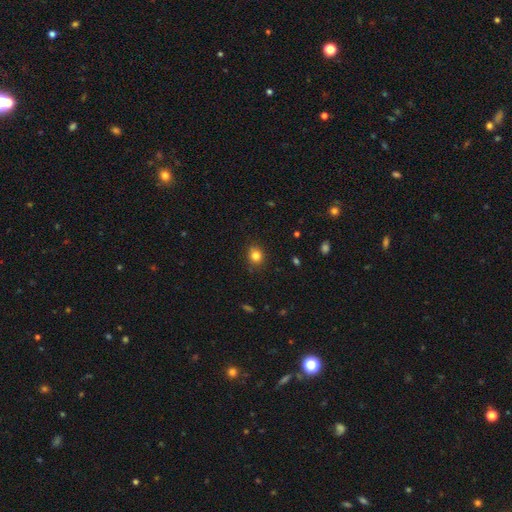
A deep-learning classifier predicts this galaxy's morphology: Smooth or featured: smooth — 82% (star or artifact — 12%)
How rounded: round — 72% (in between — 27%)
Merging: none — 86% (minor disturbance — 10%)